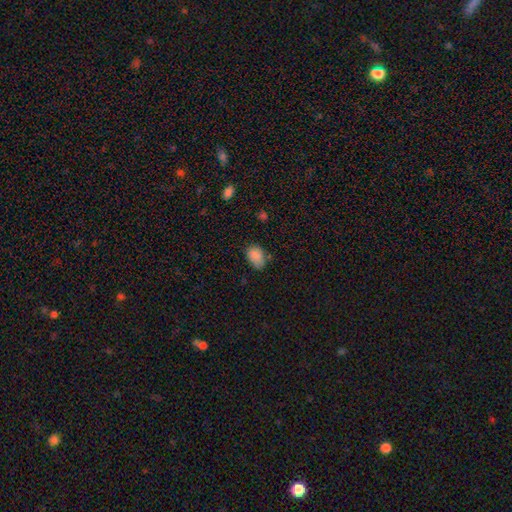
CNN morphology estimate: The model was most divided on "merging": none: 66%, minor disturbance: 26%, major disturbance: 5%, merger: 3%. More confident: smooth or featured — smooth (86%); how rounded — in between (78%).